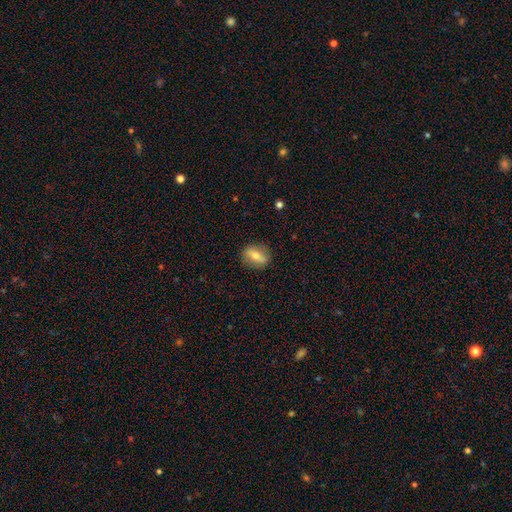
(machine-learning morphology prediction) Smooth or featured? smooth (58%)
How rounded? in between (61%)
Merging? none (85%)